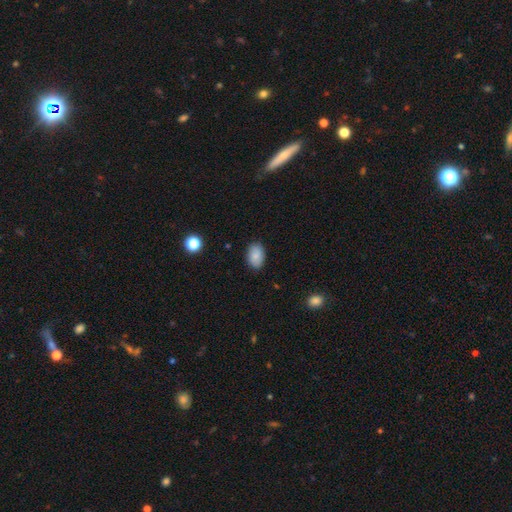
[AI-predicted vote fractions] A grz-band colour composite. It shows a smooth galaxy with no disk features (85%) that is in between round and cigar-shaped (87%). Merging: none (86%).